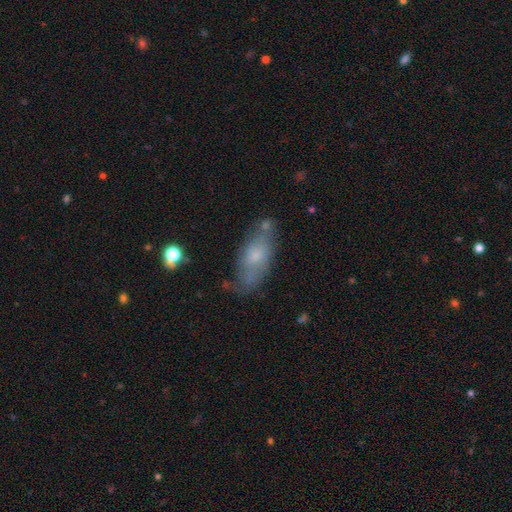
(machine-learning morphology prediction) Smooth or featured? Predicted: smooth (p=0.58). How rounded? Predicted: in between (p=0.82). Merging? Predicted: none (p=0.58).